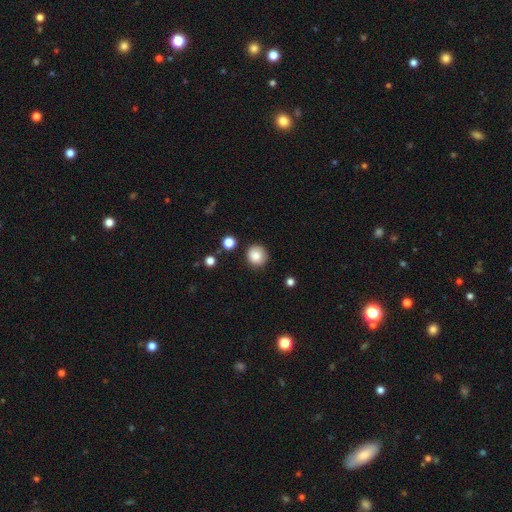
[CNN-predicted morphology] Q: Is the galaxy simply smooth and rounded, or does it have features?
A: smooth — 85%.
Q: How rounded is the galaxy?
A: round — 93%.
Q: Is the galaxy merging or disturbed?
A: none — 87%.